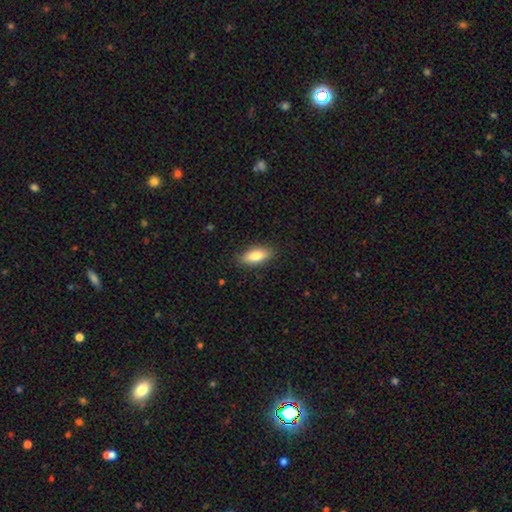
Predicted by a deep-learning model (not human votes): Smooth or featured: smooth — 79% (featured or disk — 14%)
How rounded: in between — 81% (cigar-shaped — 16%)
Merging: none — 87% (minor disturbance — 10%)